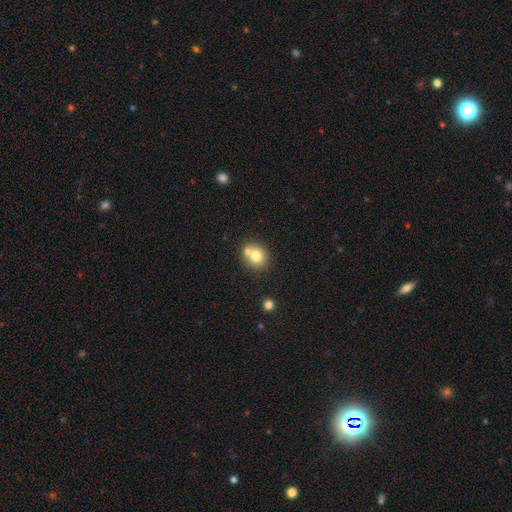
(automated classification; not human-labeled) Smooth or featured?
  - smooth: 75% *
  - featured or disk: 15%
  - star or artifact: 11%
How rounded?
  - round: 71% *
  - in between: 28%
  - cigar-shaped: 1%
Merging?
  - none: 52% *
  - merger: 34%
  - minor disturbance: 11%
  - major disturbance: 3%